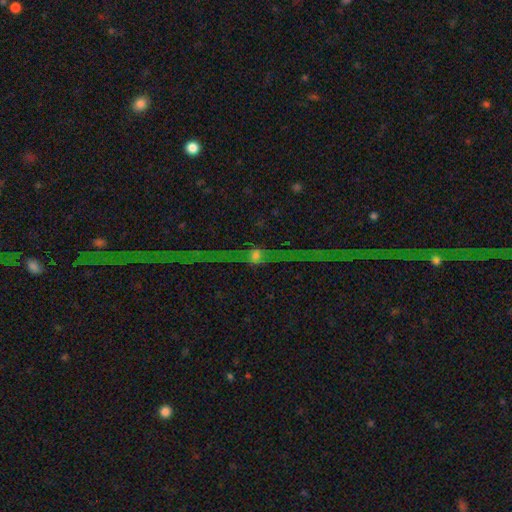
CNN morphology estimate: The model was most divided on "smooth or featured": star or artifact: 74%, featured or disk: 17%, smooth: 9%.